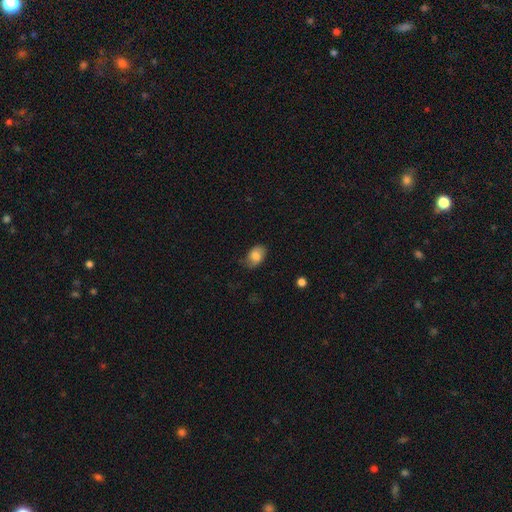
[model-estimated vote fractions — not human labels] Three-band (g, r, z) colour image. It shows a smooth galaxy with no disk features (80%) that is in between round and cigar-shaped (84%). Merging: none (70%).